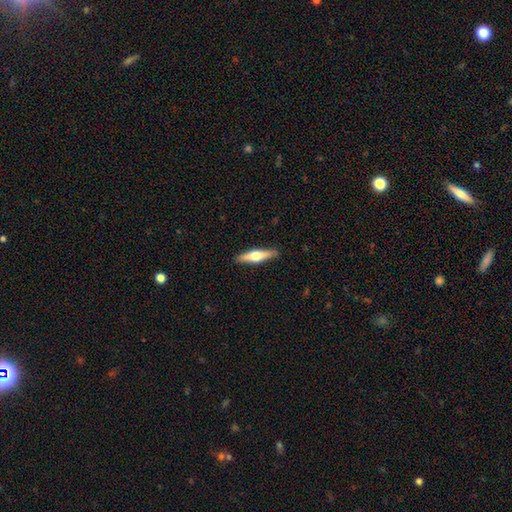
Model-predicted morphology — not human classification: Smooth or featured: featured or disk — 53% (smooth — 42%)
Edge-on disk: yes — 95% (no — 5%)
Edge-on bulge: rounded — 93% (boxy — 4%)
Merging: none — 90% (minor disturbance — 8%)